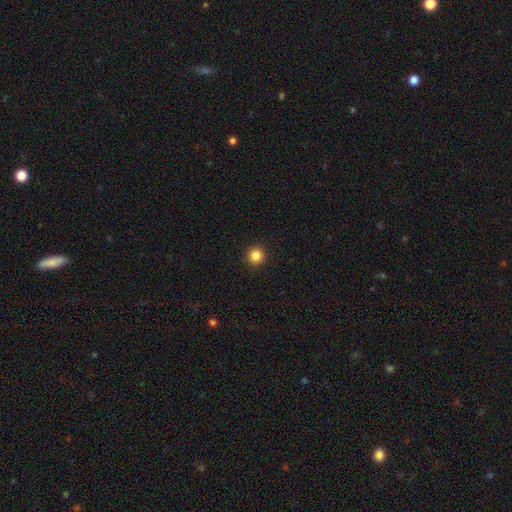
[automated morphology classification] The model was most divided on "smooth or featured": smooth: 85%, star or artifact: 11%, featured or disk: 4%. More confident: how rounded — round (95%); merging — none (94%).